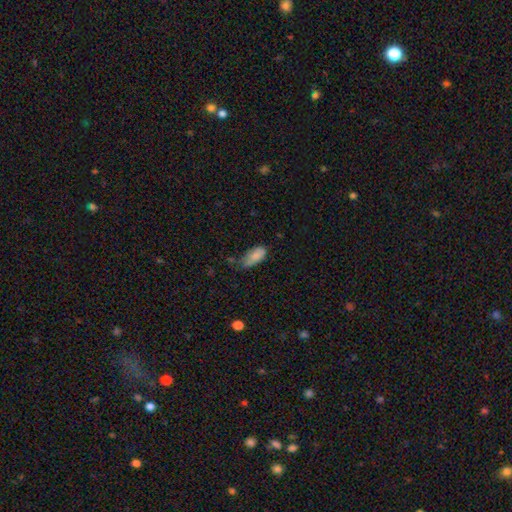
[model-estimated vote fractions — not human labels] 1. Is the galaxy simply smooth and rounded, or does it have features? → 80% smooth, 11% featured or disk, 8% star or artifact.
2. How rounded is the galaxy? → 89% in between, 8% cigar-shaped, 3% round.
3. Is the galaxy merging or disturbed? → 42% none, 41% minor disturbance, 13% major disturbance, 5% merger.